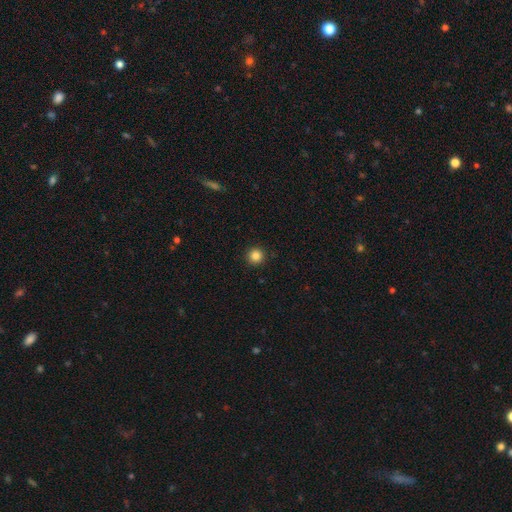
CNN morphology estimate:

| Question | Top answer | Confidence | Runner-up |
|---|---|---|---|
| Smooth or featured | smooth | 85% | star or artifact (11%) |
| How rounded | round | 96% | in between (3%) |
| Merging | none | 93% | minor disturbance (5%) |